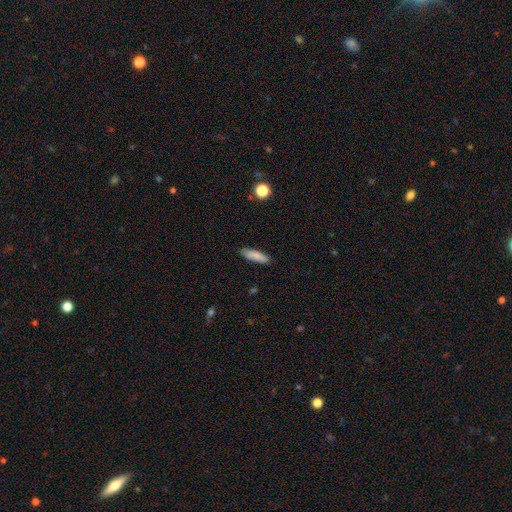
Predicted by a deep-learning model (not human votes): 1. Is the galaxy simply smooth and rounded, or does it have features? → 85% smooth, 8% featured or disk, 6% star or artifact.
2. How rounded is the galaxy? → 65% cigar-shaped, 33% in between, 2% round.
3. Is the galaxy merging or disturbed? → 89% none, 8% minor disturbance, 2% major disturbance, 1% merger.